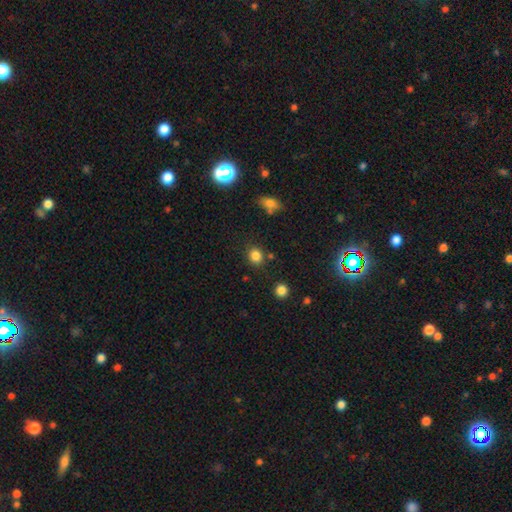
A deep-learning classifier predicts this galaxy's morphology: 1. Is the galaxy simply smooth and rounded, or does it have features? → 84% smooth, 12% star or artifact, 4% featured or disk.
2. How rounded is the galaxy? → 71% round, 28% in between, 1% cigar-shaped.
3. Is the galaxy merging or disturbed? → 81% none, 10% minor disturbance, 5% merger, 3% major disturbance.